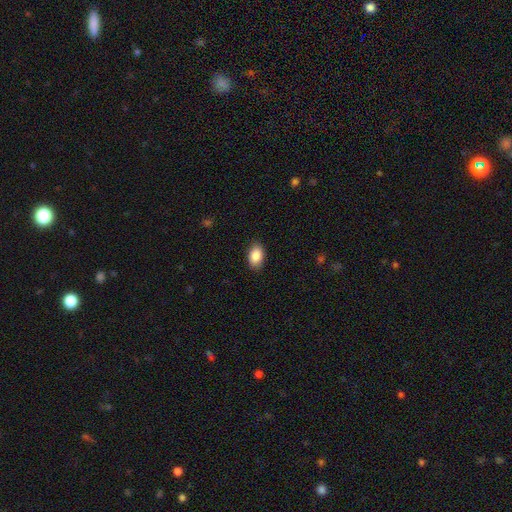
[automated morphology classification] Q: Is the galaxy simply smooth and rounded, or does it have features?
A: smooth — 88%.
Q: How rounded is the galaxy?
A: in between — 89%.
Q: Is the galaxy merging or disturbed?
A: none — 88%.